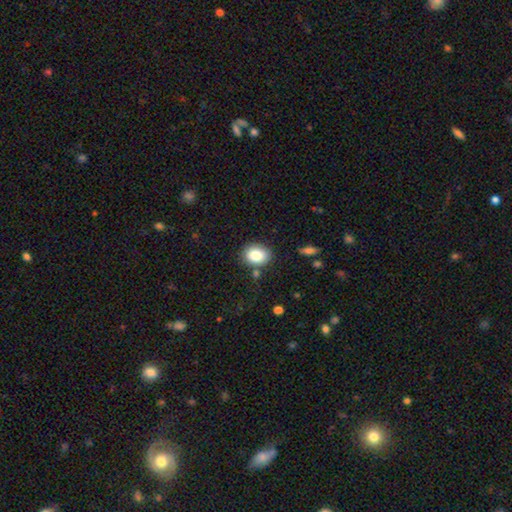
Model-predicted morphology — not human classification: type=smooth (84%); roundness=in between (58%); merging=none (81%).